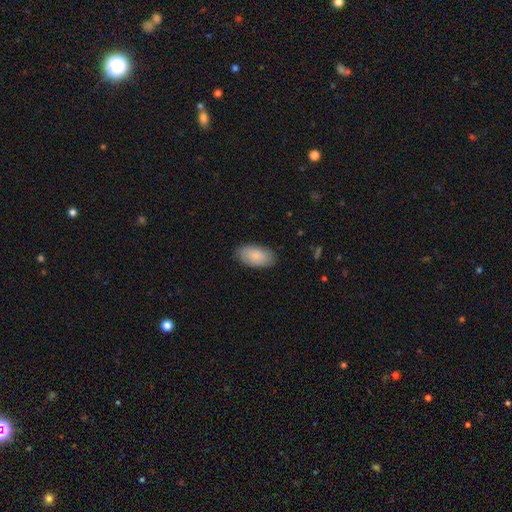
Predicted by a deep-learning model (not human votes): A smooth galaxy with no disk features (82%) that is in between round and cigar-shaped (94%). Merging: none (84%).